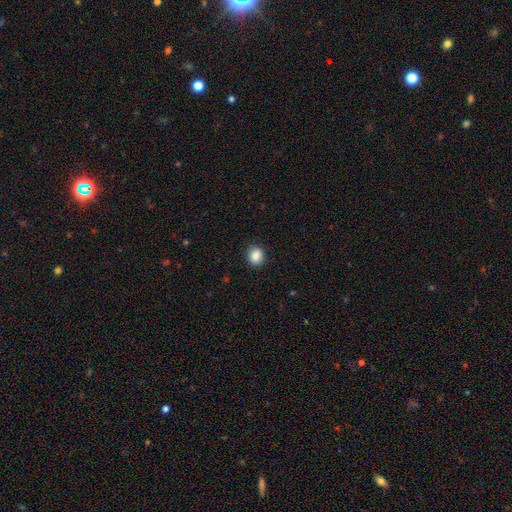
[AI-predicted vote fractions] Smooth or featured? smooth (88%)
How rounded? round (70%)
Merging? none (87%)